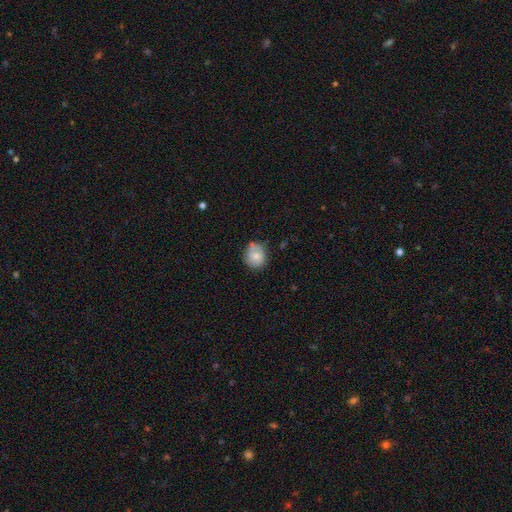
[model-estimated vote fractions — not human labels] Smooth or featured?
  - smooth: 71% *
  - featured or disk: 21%
  - star or artifact: 8%
How rounded?
  - round: 70% *
  - in between: 29%
  - cigar-shaped: 1%
Merging?
  - none: 66% *
  - minor disturbance: 24%
  - merger: 5%
  - major disturbance: 5%